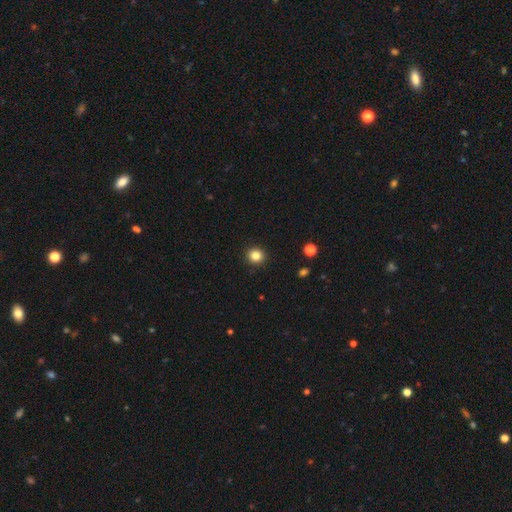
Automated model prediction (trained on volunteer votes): Smooth or featured? smooth (84%)
How rounded? round (90%)
Merging? none (92%)